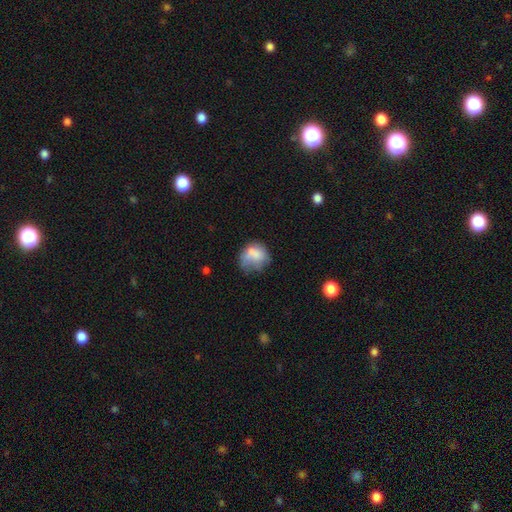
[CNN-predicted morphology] Smooth or featured? Predicted: smooth (p=0.67). How rounded? Predicted: round (p=0.63). Merging? Predicted: none (p=0.36).